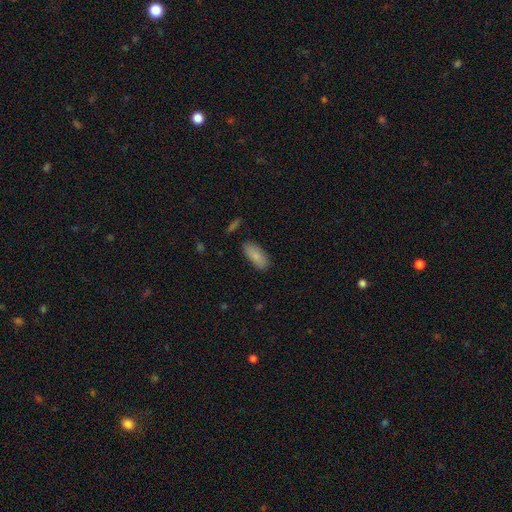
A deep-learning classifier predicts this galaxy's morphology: smooth_or_featured: smooth (p=0.84) [alt: featured or disk p=0.10]
how_rounded: in between (p=0.84) [alt: cigar-shaped p=0.14]
merging: none (p=0.84) [alt: minor disturbance p=0.12]